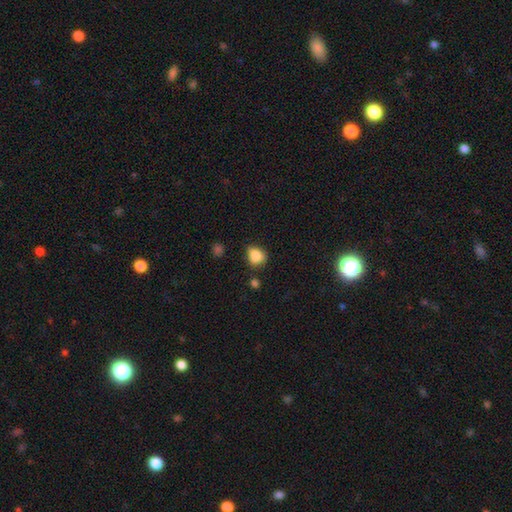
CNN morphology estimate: Smooth or featured?
  - smooth: 84% *
  - star or artifact: 10%
  - featured or disk: 6%
How rounded?
  - round: 50% *
  - in between: 49%
  - cigar-shaped: 1%
Merging?
  - none: 56% *
  - minor disturbance: 32%
  - major disturbance: 7%
  - merger: 5%